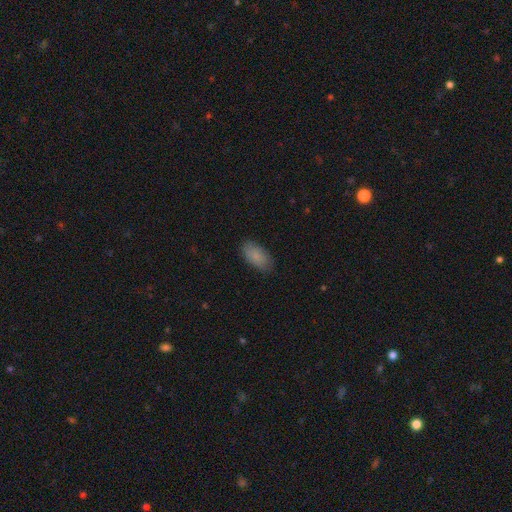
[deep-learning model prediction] This appears to be a smooth galaxy with no disk features (85%) that is in between round and cigar-shaped (93%). Merging: none (82%).